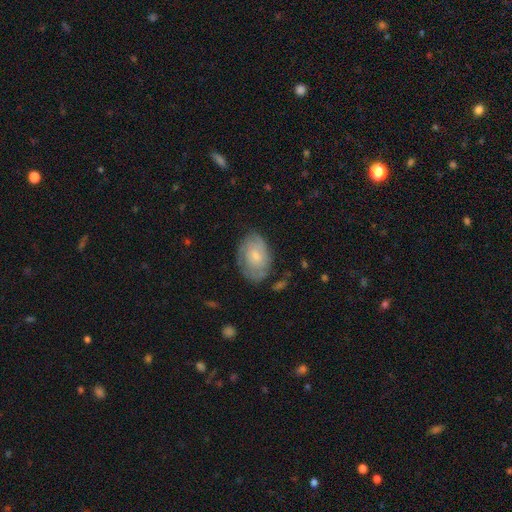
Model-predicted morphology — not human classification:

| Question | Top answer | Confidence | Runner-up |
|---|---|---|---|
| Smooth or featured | featured or disk | 54% | smooth (39%) |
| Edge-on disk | no | 96% | yes (4%) |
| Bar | no | 69% | weak (28%) |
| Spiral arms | yes | 80% | no (20%) |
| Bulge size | small | 49% | moderate (37%) |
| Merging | none | 67% | minor disturbance (23%) |